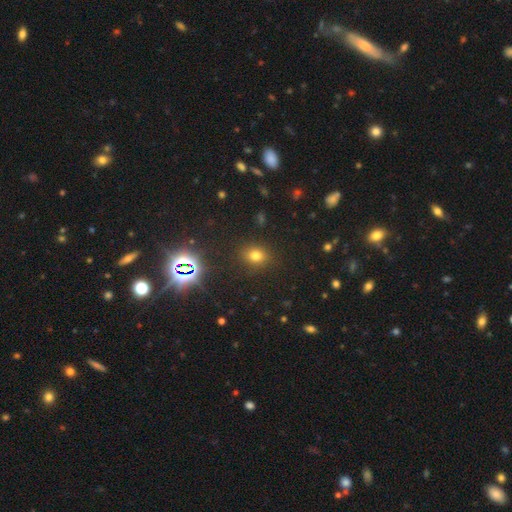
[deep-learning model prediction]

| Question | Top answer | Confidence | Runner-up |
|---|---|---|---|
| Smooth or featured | smooth | 71% | star or artifact (22%) |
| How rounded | round | 62% | in between (37%) |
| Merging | none | 86% | minor disturbance (9%) |